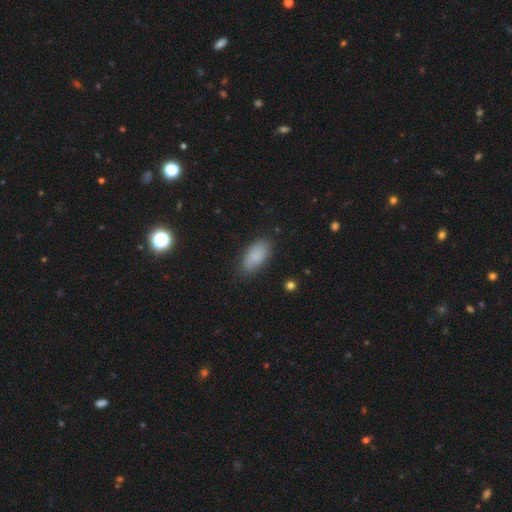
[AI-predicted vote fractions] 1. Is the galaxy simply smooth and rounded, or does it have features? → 87% smooth, 7% star or artifact, 6% featured or disk.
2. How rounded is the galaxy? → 90% in between, 8% cigar-shaped, 3% round.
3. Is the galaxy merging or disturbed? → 80% none, 15% minor disturbance, 3% major disturbance, 1% merger.